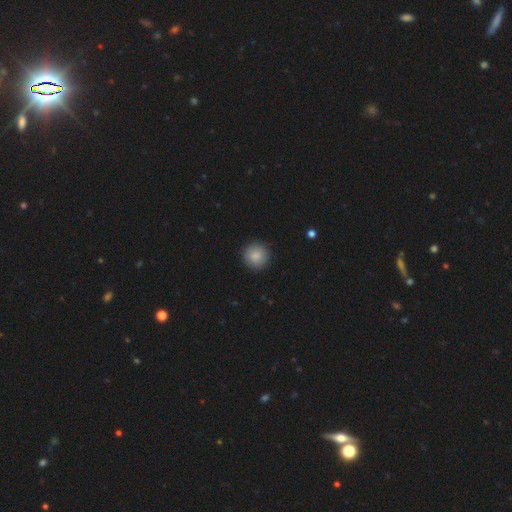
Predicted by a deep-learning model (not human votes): Smooth or featured? smooth (84%)
How rounded? round (95%)
Merging? none (91%)